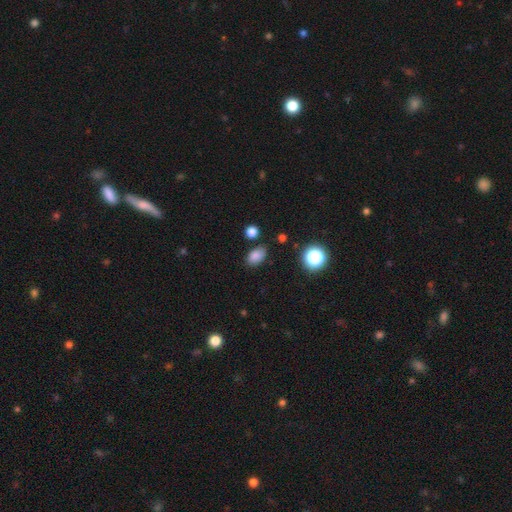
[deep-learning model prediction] This appears to be a smooth galaxy with no disk features (82%) that is in between round and cigar-shaped (85%). Merging: none (79%).